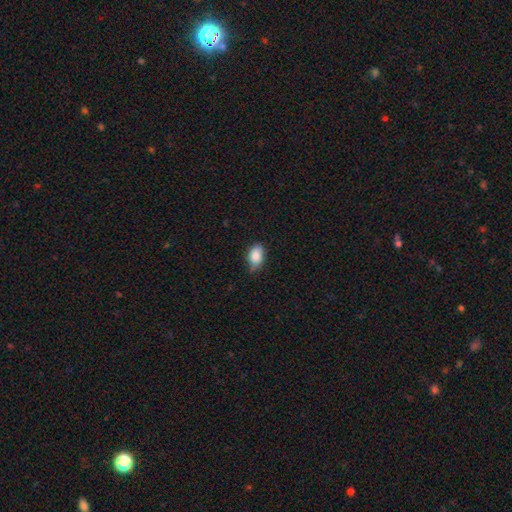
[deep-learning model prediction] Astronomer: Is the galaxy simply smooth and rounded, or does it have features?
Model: smooth — 86%.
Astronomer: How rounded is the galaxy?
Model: in between — 89%.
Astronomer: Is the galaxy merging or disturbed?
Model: none — 64%.